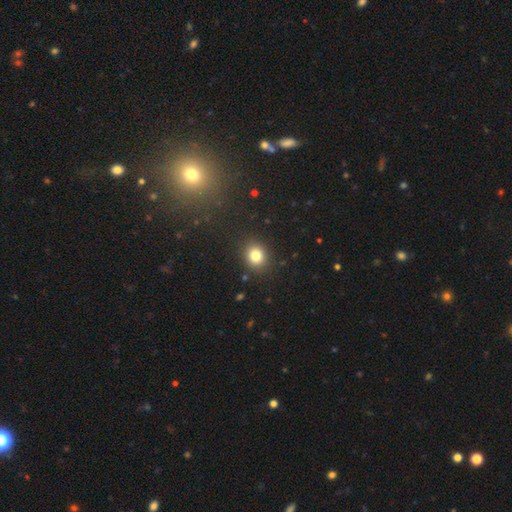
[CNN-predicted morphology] A smooth galaxy with no disk features (82%) that is round (70%). Merging: none (88%).